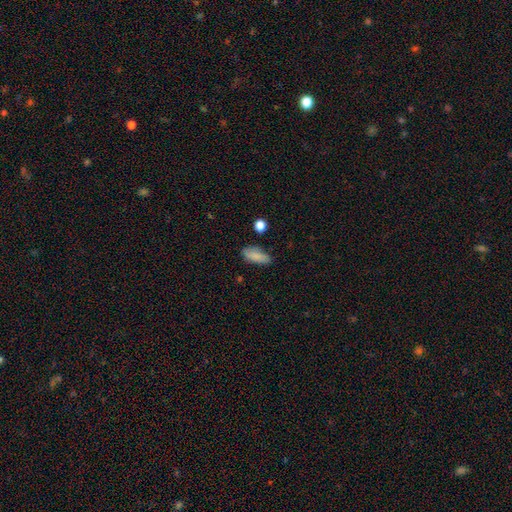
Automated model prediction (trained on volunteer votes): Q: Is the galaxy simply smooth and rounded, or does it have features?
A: smooth — 85%.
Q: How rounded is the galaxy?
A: in between — 79%.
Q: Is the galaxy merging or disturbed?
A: none — 75%.